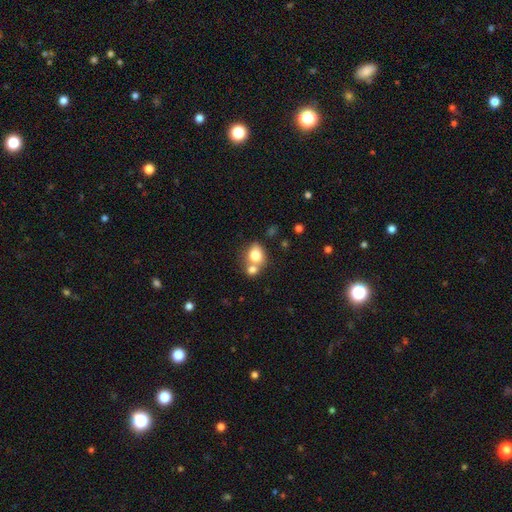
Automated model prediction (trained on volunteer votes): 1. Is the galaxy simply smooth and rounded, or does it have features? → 78% smooth, 13% featured or disk, 9% star or artifact.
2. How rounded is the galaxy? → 52% in between, 46% round, 1% cigar-shaped.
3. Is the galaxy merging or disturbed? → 47% merger, 39% none, 10% minor disturbance, 4% major disturbance.